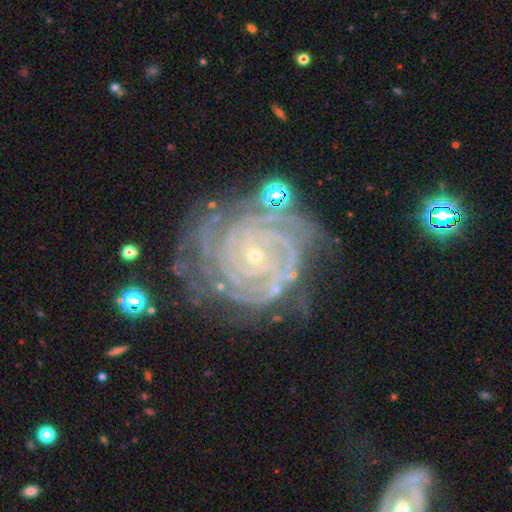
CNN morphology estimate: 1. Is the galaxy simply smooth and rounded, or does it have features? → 91% featured or disk, 6% star or artifact, 3% smooth.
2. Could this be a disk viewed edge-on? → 98% no, 2% yes.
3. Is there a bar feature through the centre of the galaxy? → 73% no, 18% weak, 9% strong.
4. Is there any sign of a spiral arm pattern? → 98% yes, 2% no.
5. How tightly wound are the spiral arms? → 87% tight, 11% medium, 2% loose.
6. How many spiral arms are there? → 25% 4, 21% 3, 17% can't tell, 15% more than 4, 15% 2, 7% 1.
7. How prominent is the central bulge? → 83% small, 14% moderate, 1% none, 1% large, 1% dominant.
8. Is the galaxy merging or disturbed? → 66% none, 21% minor disturbance, 9% major disturbance, 4% merger.